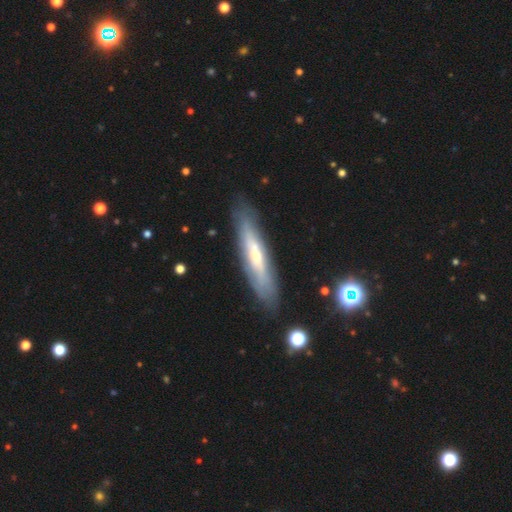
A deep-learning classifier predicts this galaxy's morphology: Smooth or featured?
  - featured or disk: 60% *
  - smooth: 33%
  - star or artifact: 7%
Edge-on disk?
  - yes: 61% *
  - no: 39%
Merging?
  - none: 83% *
  - minor disturbance: 12%
  - major disturbance: 3%
  - merger: 2%